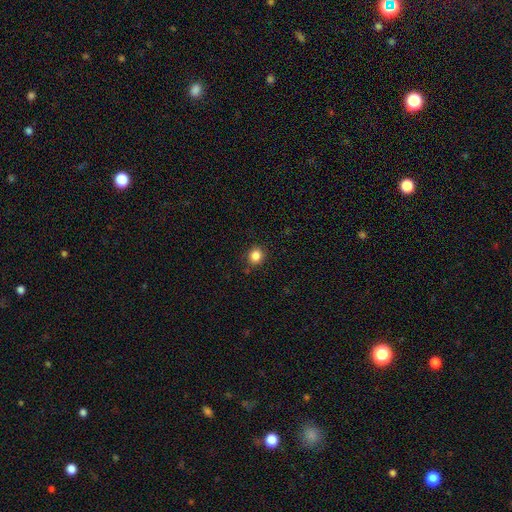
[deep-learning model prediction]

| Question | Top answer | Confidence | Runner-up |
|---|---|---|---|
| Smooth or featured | smooth | 85% | star or artifact (11%) |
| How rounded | round | 75% | in between (24%) |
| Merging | none | 86% | minor disturbance (10%) |